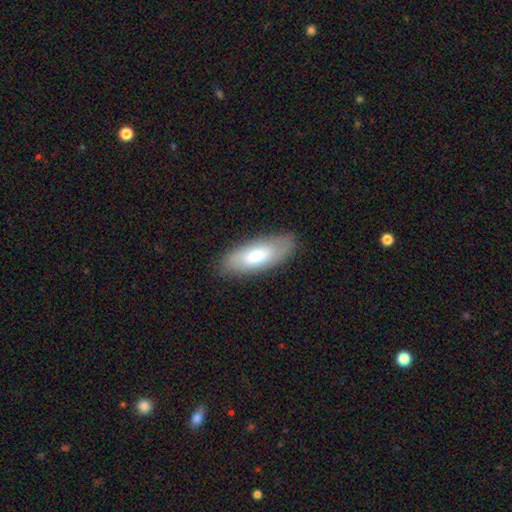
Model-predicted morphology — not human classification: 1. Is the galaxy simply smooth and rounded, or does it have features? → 68% smooth, 25% featured or disk, 7% star or artifact.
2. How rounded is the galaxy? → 72% in between, 26% cigar-shaped, 2% round.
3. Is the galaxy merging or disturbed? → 86% none, 11% minor disturbance, 2% major disturbance, 1% merger.